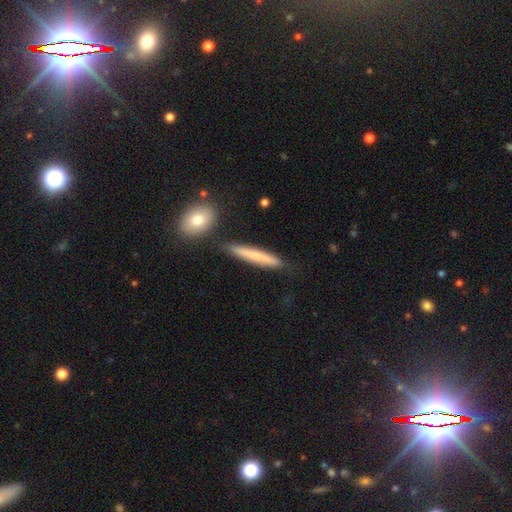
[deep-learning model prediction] Q: Smooth or featured?
A: smooth (68%); runner-up: featured or disk (26%)
Q: How rounded?
A: cigar-shaped (94%); runner-up: in between (5%)
Q: Merging?
A: none (84%); runner-up: minor disturbance (10%)